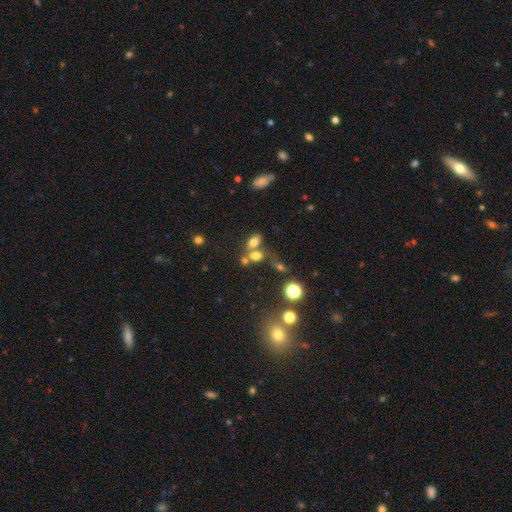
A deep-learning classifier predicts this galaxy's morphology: Overall: smooth (68%). How rounded: in between (72%). Merging: merger (45%; none 39%).